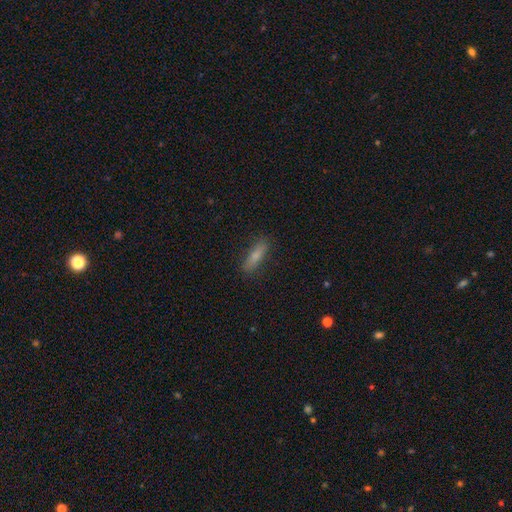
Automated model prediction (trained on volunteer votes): smooth 74%, featured or disk 18%, star or artifact 8%. Down the decision tree: how rounded — cigar-shaped (71%); merging — none (84%).